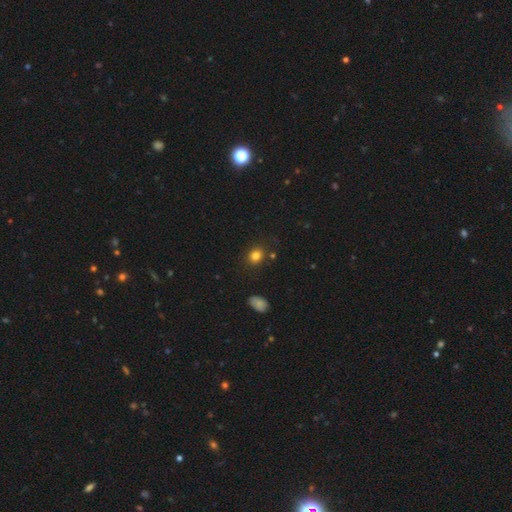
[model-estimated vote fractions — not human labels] A smooth galaxy with no disk features (82%) that is round (66%). Merging: none (83%).